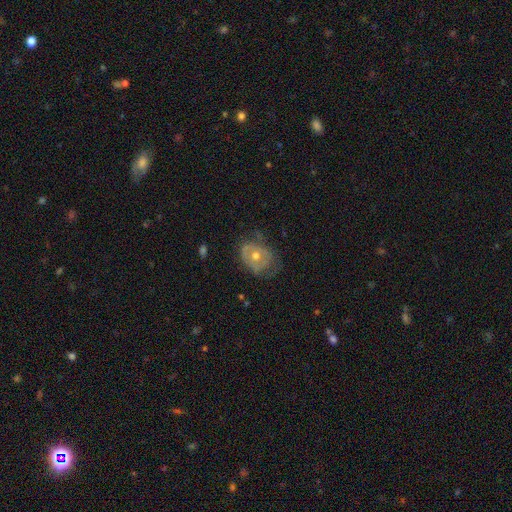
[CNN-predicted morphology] Smooth or featured? Predicted: featured or disk (p=0.63). Edge-on disk? Predicted: no (p=0.96). Bar? Predicted: no (p=0.81). Spiral arms? Predicted: no (p=0.53). Bulge size? Predicted: moderate (p=0.69). Merging? Predicted: none (p=0.55).